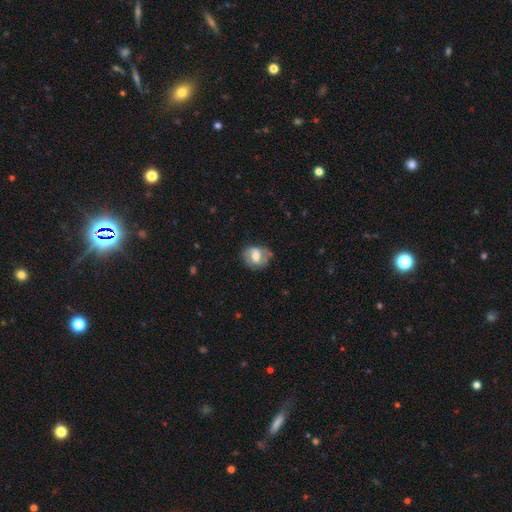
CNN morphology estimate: Smooth or featured? Predicted: smooth (p=0.48). Merging? Predicted: none (p=0.61).